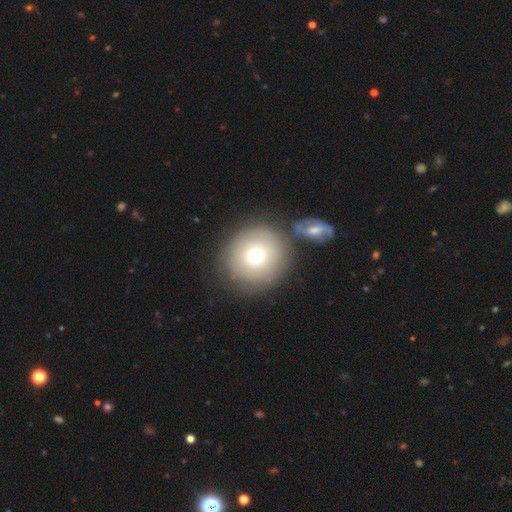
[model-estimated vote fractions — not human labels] smooth-or-featured: smooth: 71% | featured or disk: 20% | star or artifact: 9%
  how-rounded: round: 92% | in between: 7% | cigar-shaped: 1%
  merging: none: 70% | merger: 15% | minor disturbance: 11% | major disturbance: 5%